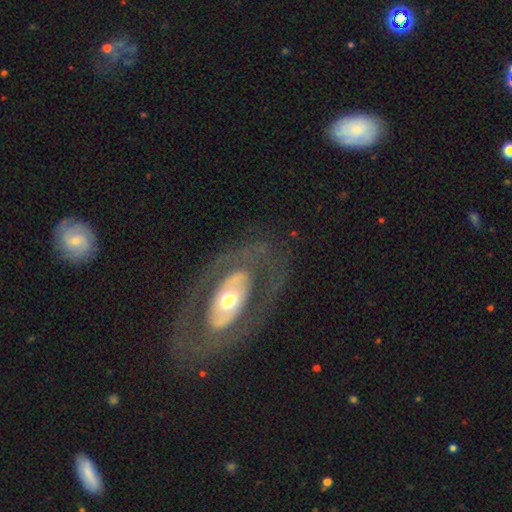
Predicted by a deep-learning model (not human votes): The model was most divided on "spiral arms": no: 56%, yes: 44%. More confident: edge-on disk — no (90%); merging — none (78%); smooth or featured — featured or disk (77%); bar — no (61%); bulge size — moderate (61%).